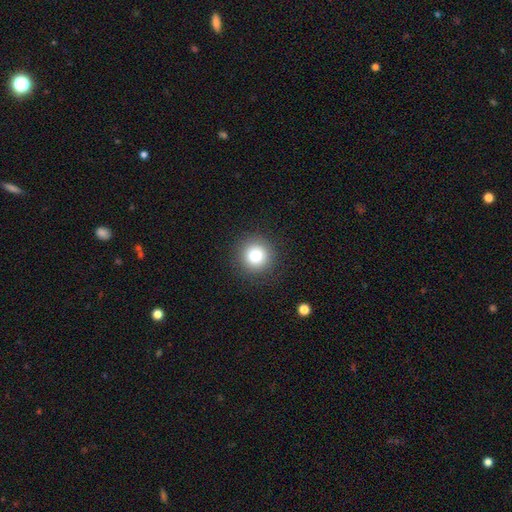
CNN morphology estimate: smooth-or-featured: smooth: 83% | star or artifact: 11% | featured or disk: 7%
  how-rounded: round: 94% | in between: 5% | cigar-shaped: 1%
  merging: none: 90% | minor disturbance: 6% | major disturbance: 3% | merger: 1%